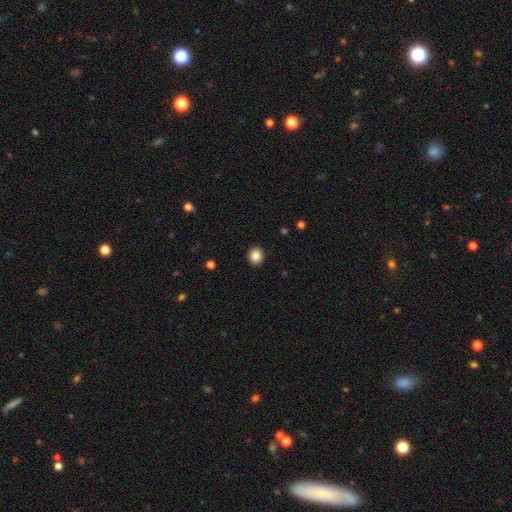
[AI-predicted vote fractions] smooth 86%, star or artifact 9%, featured or disk 5%. Down the decision tree: how rounded — round (69%); merging — none (92%).